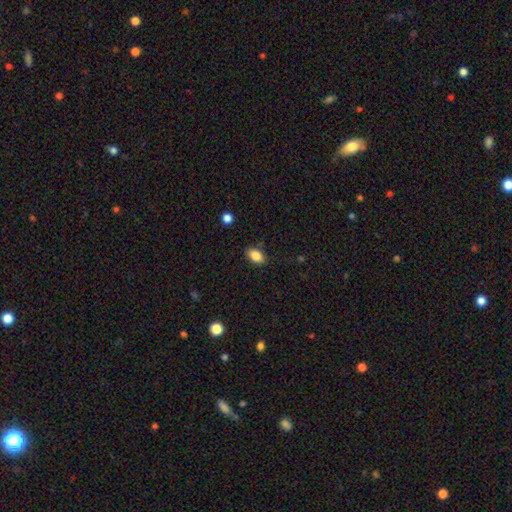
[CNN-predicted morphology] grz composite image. It shows a smooth galaxy with no disk features (85%) that is in between round and cigar-shaped (89%). Merging: none (84%).